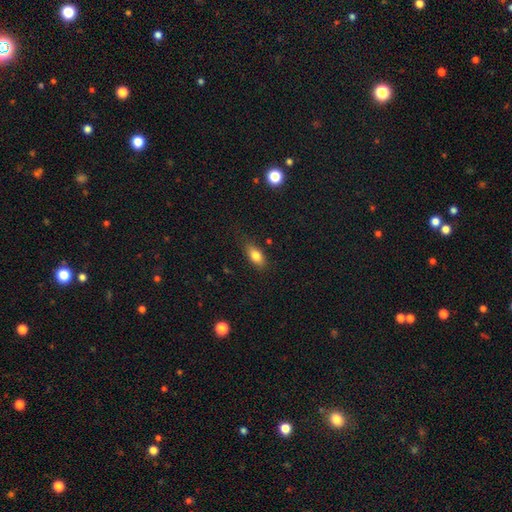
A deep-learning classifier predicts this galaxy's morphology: smooth_or_featured: smooth (p=0.81) [alt: featured or disk p=0.11]
how_rounded: in between (p=0.85) [alt: cigar-shaped p=0.09]
merging: none (p=0.78) [alt: minor disturbance p=0.17]